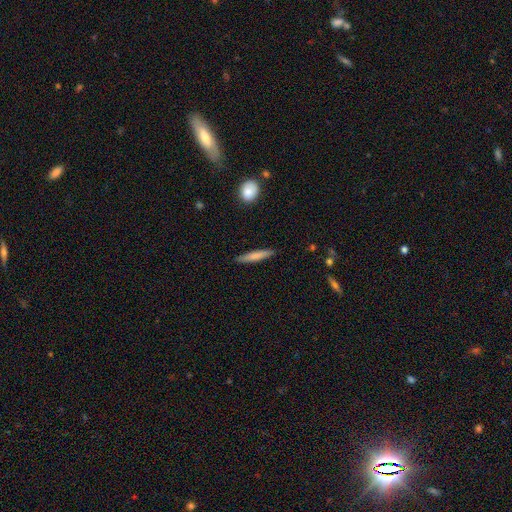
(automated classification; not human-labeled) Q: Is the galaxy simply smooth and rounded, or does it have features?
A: smooth — 73%.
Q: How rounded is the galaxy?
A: cigar-shaped — 92%.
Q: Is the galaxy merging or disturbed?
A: none — 89%.